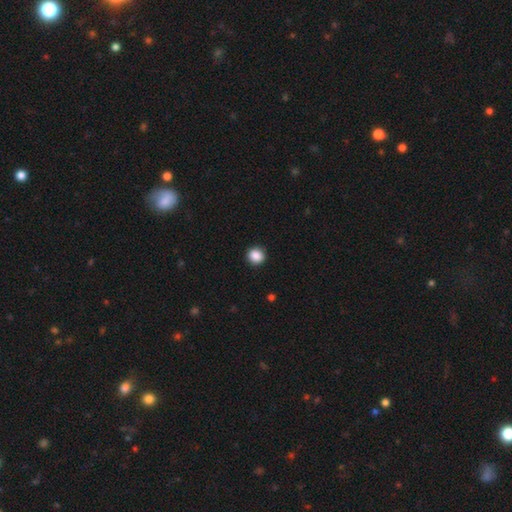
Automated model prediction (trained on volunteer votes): This appears to be a smooth galaxy with no disk features (88%) that is round (90%). Merging: none (92%).